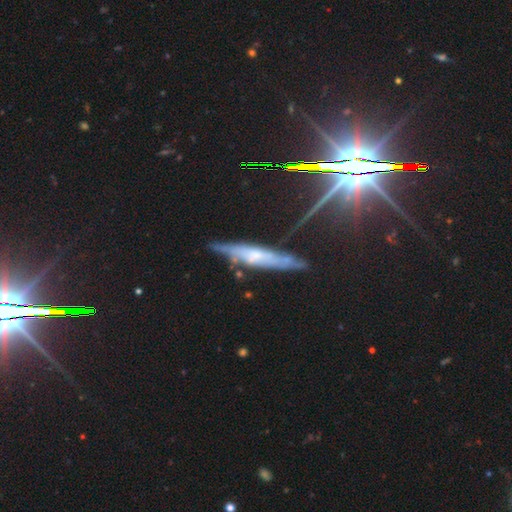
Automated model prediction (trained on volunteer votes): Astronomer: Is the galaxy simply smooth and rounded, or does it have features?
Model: featured or disk — 63%.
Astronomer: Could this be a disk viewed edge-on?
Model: yes — 68%.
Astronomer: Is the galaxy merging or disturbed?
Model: none — 69%.